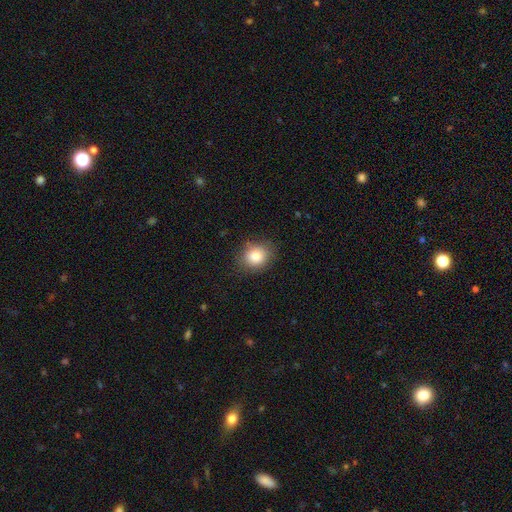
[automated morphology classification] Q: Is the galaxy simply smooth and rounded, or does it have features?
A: smooth — 84%.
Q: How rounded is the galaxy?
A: round — 67%.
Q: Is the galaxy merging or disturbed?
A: none — 84%.